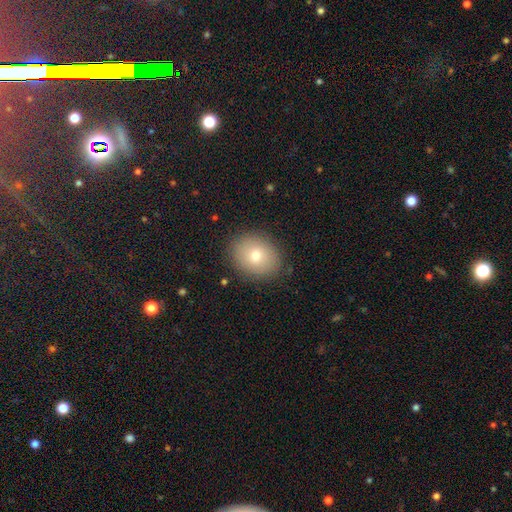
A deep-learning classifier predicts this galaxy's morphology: Smooth or featured?
  - smooth: 74% *
  - featured or disk: 15%
  - star or artifact: 10%
How rounded?
  - round: 52% *
  - in between: 47%
  - cigar-shaped: 1%
Merging?
  - none: 87% *
  - minor disturbance: 9%
  - major disturbance: 3%
  - merger: 1%